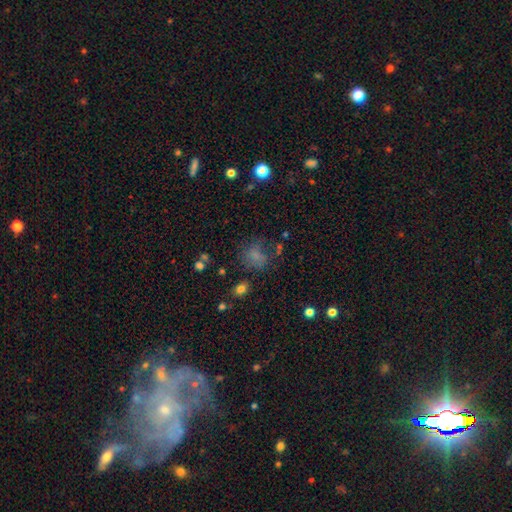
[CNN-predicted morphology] Smooth or featured: smooth — 67% (star or artifact — 20%)
How rounded: round — 60% (in between — 39%)
Merging: none — 53% (minor disturbance — 22%)